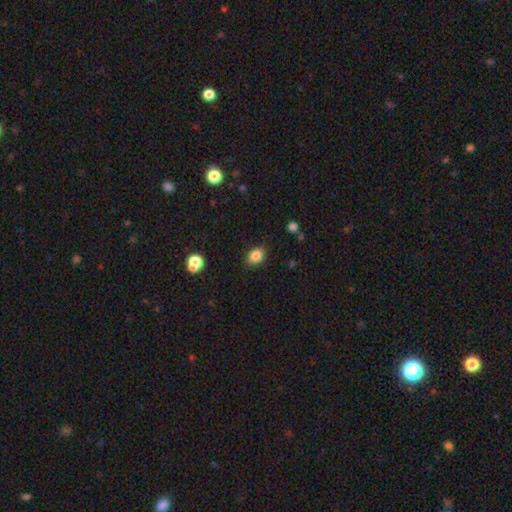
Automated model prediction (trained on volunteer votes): This is clearly a smooth galaxy (85%). How rounded: likely in between (71%). Merging: clearly none (85%).